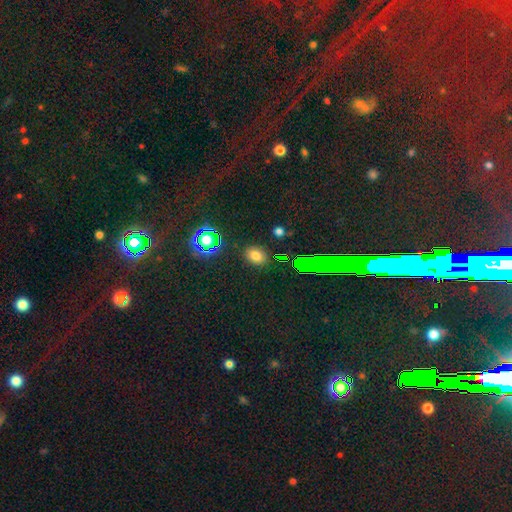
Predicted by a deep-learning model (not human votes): A smooth galaxy with no disk features (72%) that is in between round and cigar-shaped (68%). Merging: none (88%).